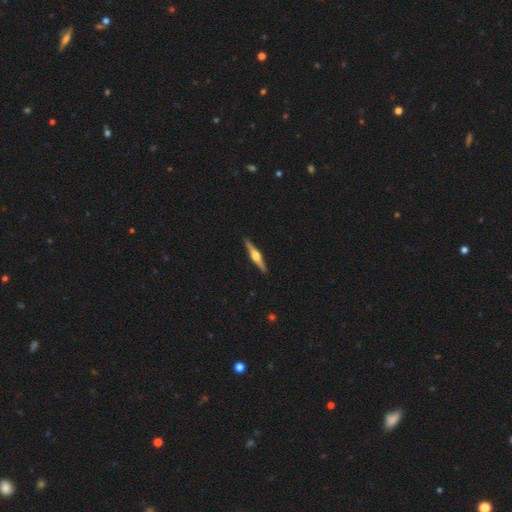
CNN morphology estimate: Smooth or featured? Predicted: featured or disk (p=0.77). Edge-on disk? Predicted: yes (p=0.98). Edge-on bulge? Predicted: rounded (p=0.92). Merging? Predicted: none (p=0.92).